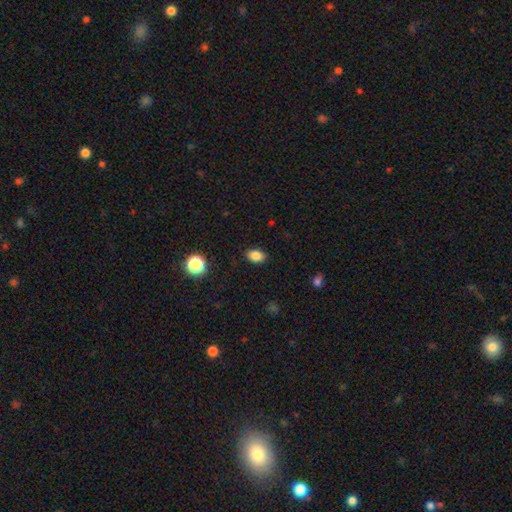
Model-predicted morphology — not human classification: A smooth galaxy with no disk features (85%) that is in between round and cigar-shaped (82%).

Vote fractions:
- Smooth or featured? smooth: 85% / star or artifact: 10% / featured or disk: 4%
- How rounded? in between: 82% / round: 16% / cigar-shaped: 1%
- Merging? none: 88% / minor disturbance: 9% / major disturbance: 2% / merger: 1%